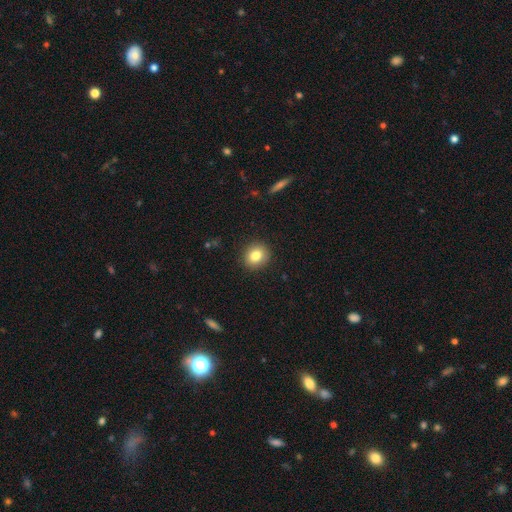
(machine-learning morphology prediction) A smooth galaxy with no disk features (82%) that is round (78%).

Vote fractions:
- Smooth or featured? smooth: 82% / star or artifact: 10% / featured or disk: 8%
- How rounded? round: 78% / in between: 21% / cigar-shaped: 1%
- Merging? none: 90% / minor disturbance: 7% / major disturbance: 2% / merger: 1%